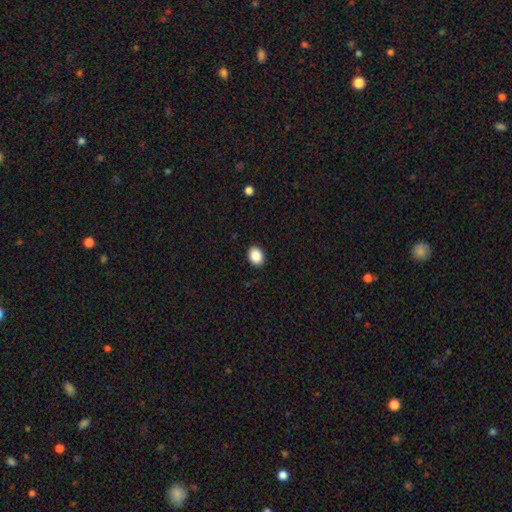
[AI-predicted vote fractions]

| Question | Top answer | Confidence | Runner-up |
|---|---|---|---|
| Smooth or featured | smooth | 89% | star or artifact (8%) |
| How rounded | in between | 56% | round (43%) |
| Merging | none | 91% | minor disturbance (7%) |